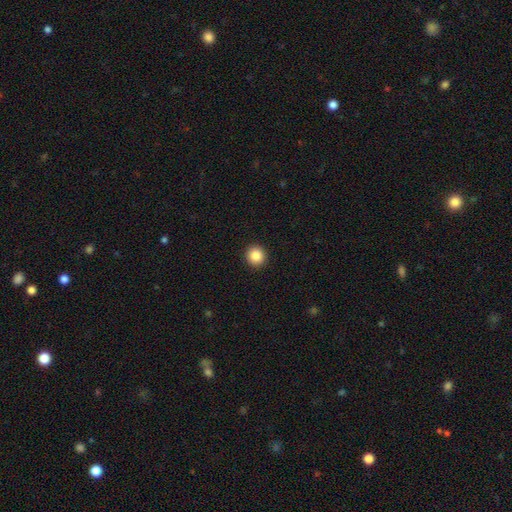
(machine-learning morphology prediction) Smooth or featured? Predicted: smooth (p=0.86). How rounded? Predicted: round (p=0.94). Merging? Predicted: none (p=0.93).